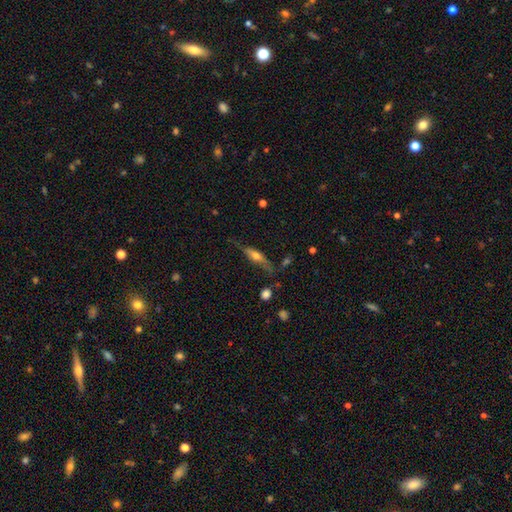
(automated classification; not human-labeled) smooth_or_featured: featured or disk (p=0.54) [alt: smooth p=0.38]
disk_edge_on: yes (p=0.84) [alt: no p=0.16]
merging: none (p=0.63) [alt: minor disturbance p=0.24]